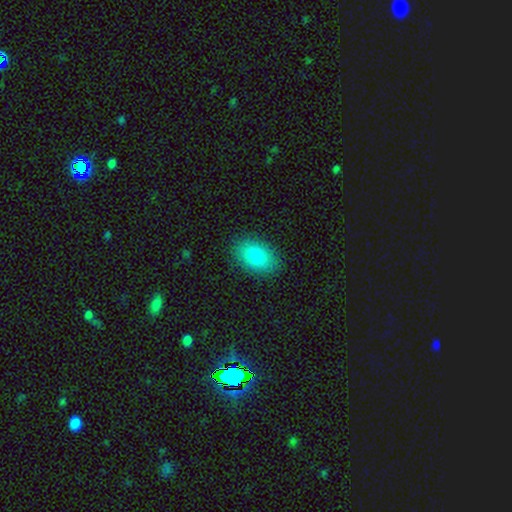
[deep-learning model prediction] Smooth or featured: smooth — 85% (star or artifact — 8%)
How rounded: in between — 89% (round — 9%)
Merging: none — 88% (minor disturbance — 8%)